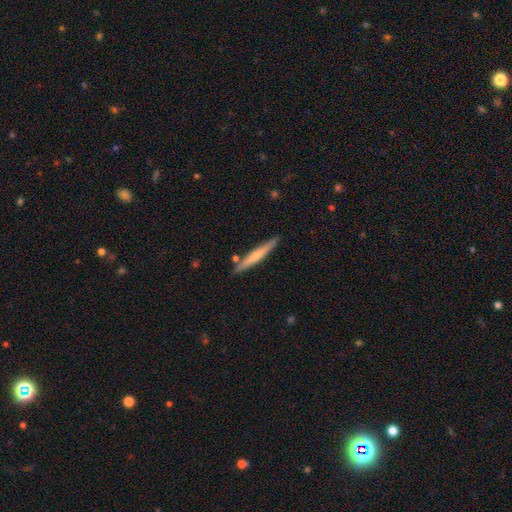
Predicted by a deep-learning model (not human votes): A smooth galaxy with no disk features (57%) that is cigar-shaped (96%).

Vote fractions:
- Smooth or featured? smooth: 57% / featured or disk: 38% / star or artifact: 5%
- How rounded? cigar-shaped: 96% / in between: 3% / round: 1%
- Merging? none: 87% / minor disturbance: 9% / merger: 3% / major disturbance: 2%